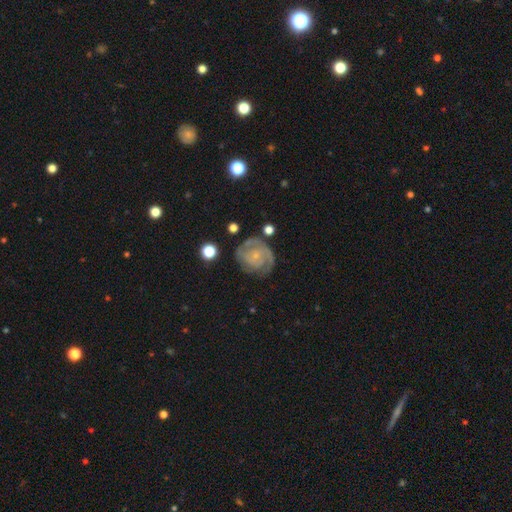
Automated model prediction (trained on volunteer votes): Smooth or featured? featured or disk (78%)
Edge-on disk? no (98%)
Bar? no (71%)
Spiral arms? yes (90%)
Spiral winding? tight (58%)
Spiral arm count? 2 (43%)
Bulge size? small (75%)
Merging? none (66%)